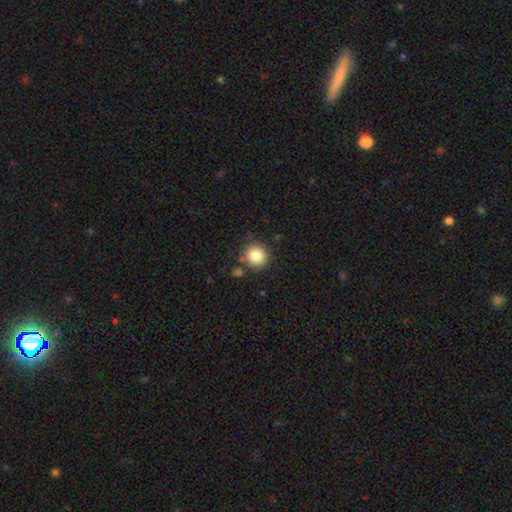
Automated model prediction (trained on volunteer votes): smooth 85%, star or artifact 9%, featured or disk 6%. Down the decision tree: how rounded — round (92%); merging — none (81%).